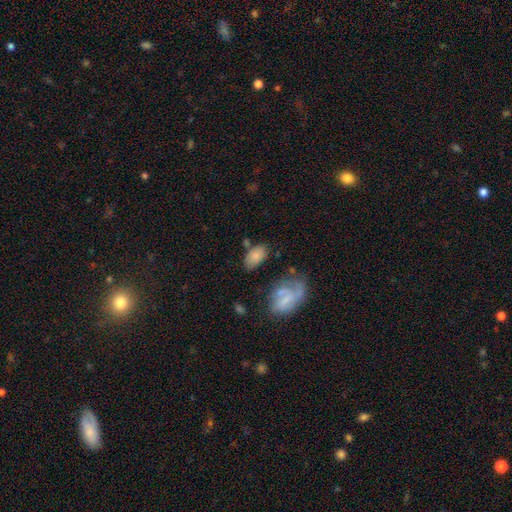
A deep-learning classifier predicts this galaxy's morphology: Smooth or featured?
  - smooth: 77% *
  - featured or disk: 16%
  - star or artifact: 8%
How rounded?
  - in between: 93% *
  - round: 6%
  - cigar-shaped: 2%
Merging?
  - none: 65% *
  - minor disturbance: 19%
  - merger: 9%
  - major disturbance: 7%